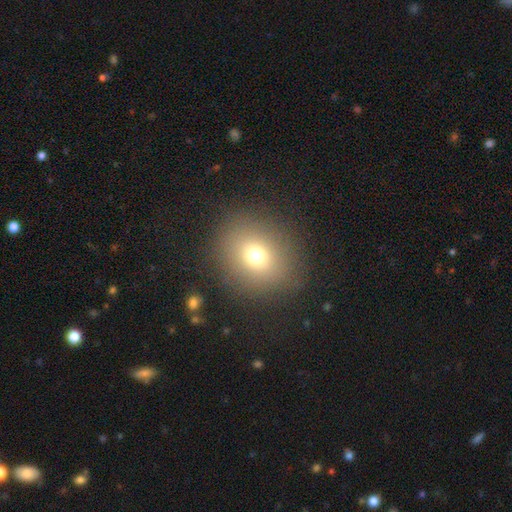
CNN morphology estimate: Smooth or featured: smooth — 73% (star or artifact — 16%)
How rounded: round — 69% (in between — 30%)
Merging: none — 86% (minor disturbance — 8%)